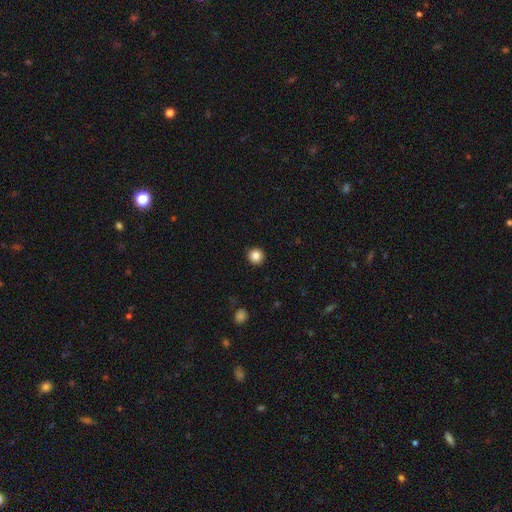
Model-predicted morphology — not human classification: This is clearly a smooth galaxy (84%). How rounded: clearly round (94%). Merging: clearly none (92%).